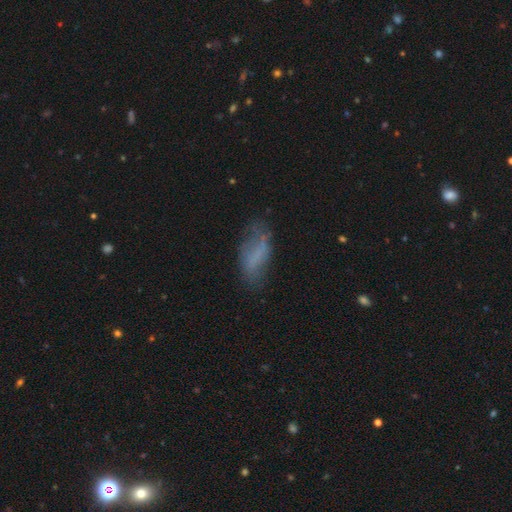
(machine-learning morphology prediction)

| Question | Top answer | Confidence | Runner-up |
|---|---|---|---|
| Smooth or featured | smooth | 56% | featured or disk (32%) |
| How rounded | in between | 81% | cigar-shaped (16%) |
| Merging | none | 54% | minor disturbance (27%) |